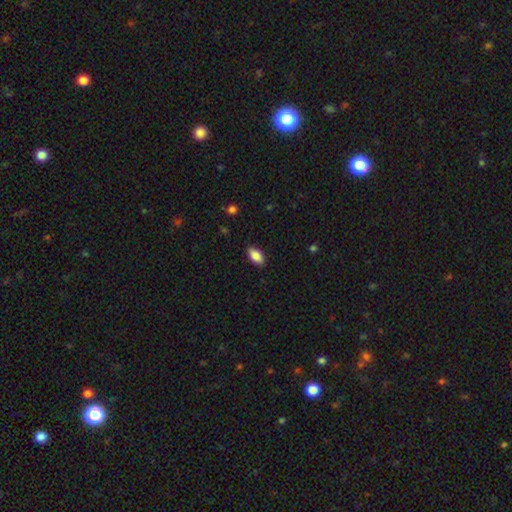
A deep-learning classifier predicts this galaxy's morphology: Overall: smooth (88%). How rounded: in between (92%). Merging: none (87%).